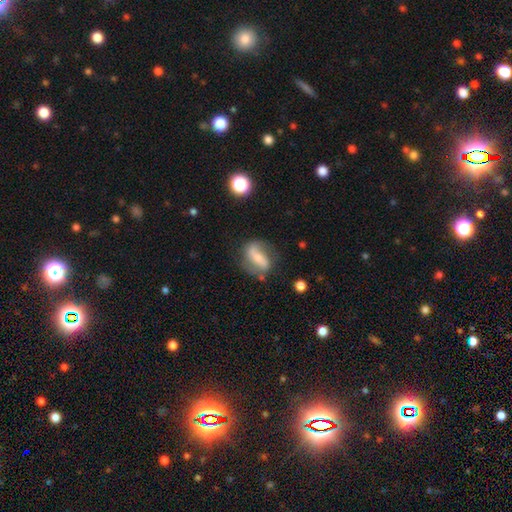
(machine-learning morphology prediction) This is likely a featured or disk galaxy (63%). It is clearly not viewed edge-on (89%). Bar: possibly strong (53%). Spiral arm pattern: likely yes (76%). Central bulge: possibly small (49%). Merging: likely none (67%).